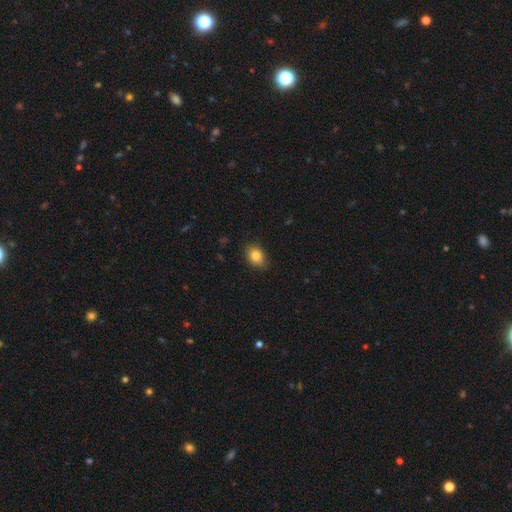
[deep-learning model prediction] Smooth or featured: smooth — 84% (star or artifact — 9%)
How rounded: in between — 66% (round — 33%)
Merging: none — 85% (minor disturbance — 12%)